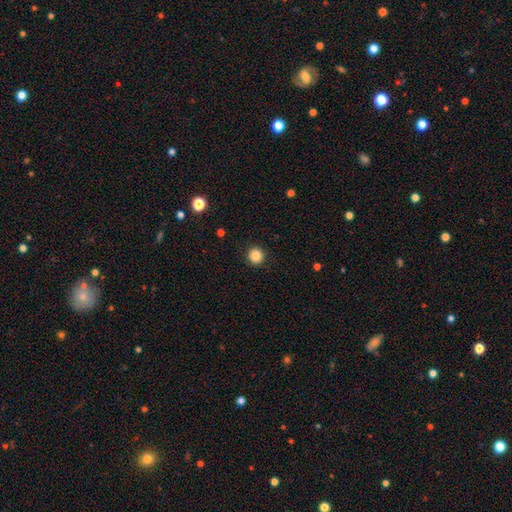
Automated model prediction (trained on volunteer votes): This is clearly a smooth galaxy (86%). How rounded: clearly round (94%). Merging: clearly none (92%).